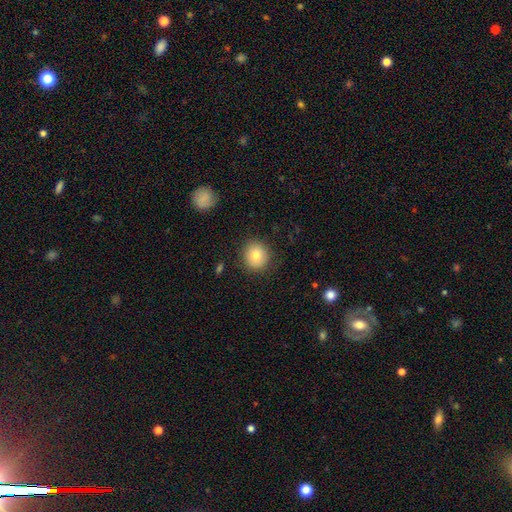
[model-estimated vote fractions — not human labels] smooth 78%, featured or disk 12%, star or artifact 10%. Down the decision tree: how rounded — round (90%); merging — none (88%).